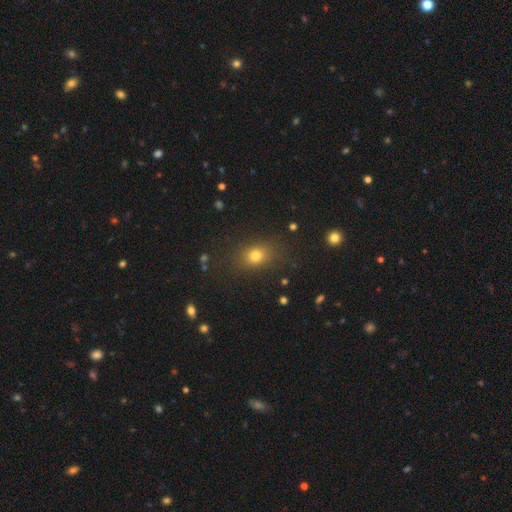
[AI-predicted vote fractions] Smooth or featured?
  - smooth: 75% *
  - star or artifact: 16%
  - featured or disk: 9%
How rounded?
  - in between: 51% *
  - round: 47%
  - cigar-shaped: 2%
Merging?
  - none: 82% *
  - minor disturbance: 12%
  - major disturbance: 5%
  - merger: 2%